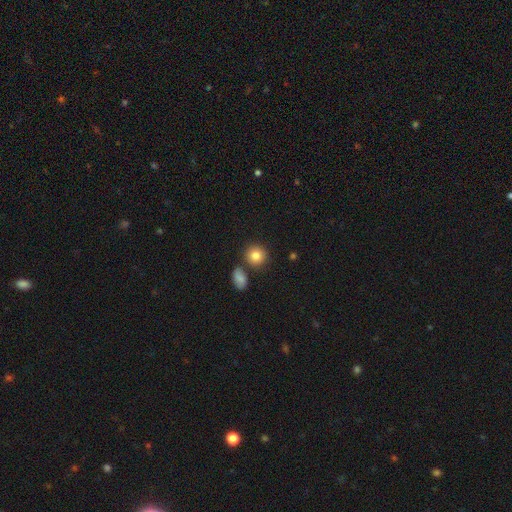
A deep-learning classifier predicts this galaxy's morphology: Smooth or featured? smooth (84%)
How rounded? round (85%)
Merging? none (75%)